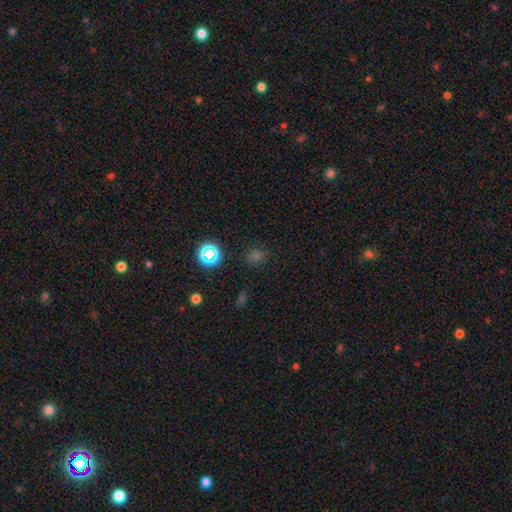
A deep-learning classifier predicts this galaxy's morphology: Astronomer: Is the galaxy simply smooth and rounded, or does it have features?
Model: smooth — 55% (runner-up: star or artifact, 40%).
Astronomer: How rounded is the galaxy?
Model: round — 63%.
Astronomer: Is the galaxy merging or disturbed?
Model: none — 85%.